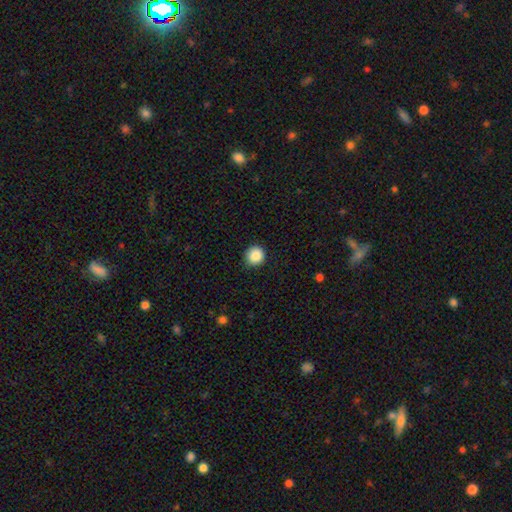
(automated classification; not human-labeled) This appears to be a smooth galaxy with no disk features (87%) that is round (94%). Merging: none (90%).